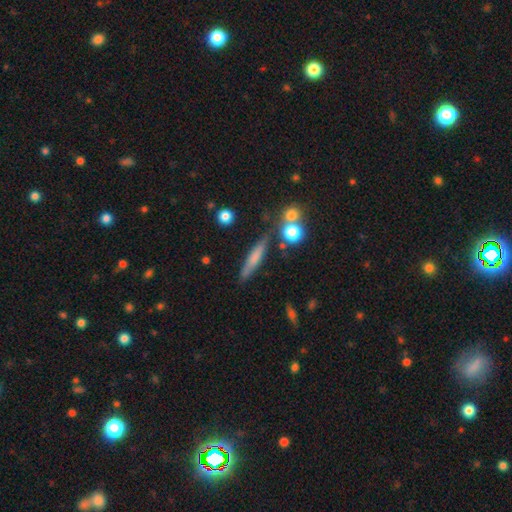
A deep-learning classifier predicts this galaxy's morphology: Overall: smooth (41%; featured or disk 38%). Merging: none (76%).